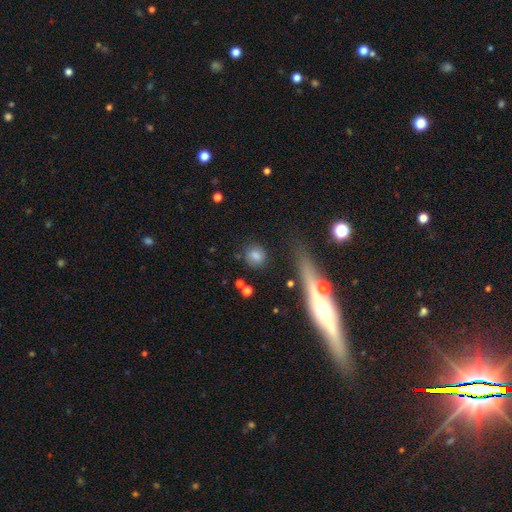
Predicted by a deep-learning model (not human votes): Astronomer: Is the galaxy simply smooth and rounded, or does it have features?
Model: smooth — 78%.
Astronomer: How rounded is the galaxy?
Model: round — 83%.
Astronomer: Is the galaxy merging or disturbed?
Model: none — 80%.